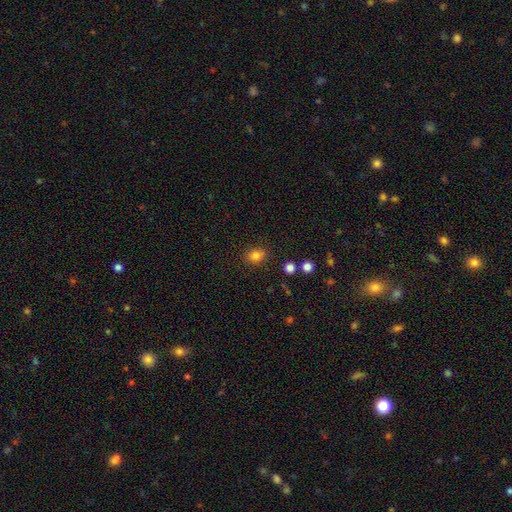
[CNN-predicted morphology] A smooth galaxy with no disk features (82%) that is in between round and cigar-shaped (52%).

Vote fractions:
- Smooth or featured? smooth: 82% / star or artifact: 12% / featured or disk: 5%
- How rounded? in between: 52% / round: 47% / cigar-shaped: 1%
- Merging? none: 84% / minor disturbance: 10% / major disturbance: 3% / merger: 3%